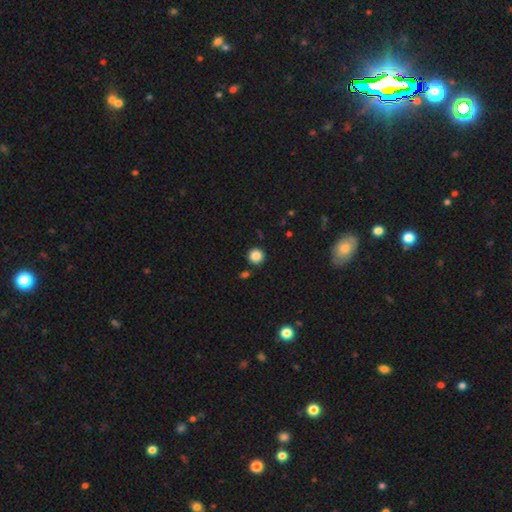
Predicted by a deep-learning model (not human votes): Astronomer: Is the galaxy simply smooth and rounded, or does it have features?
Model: smooth — 86%.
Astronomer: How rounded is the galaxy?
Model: round — 95%.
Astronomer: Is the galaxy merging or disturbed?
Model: none — 88%.